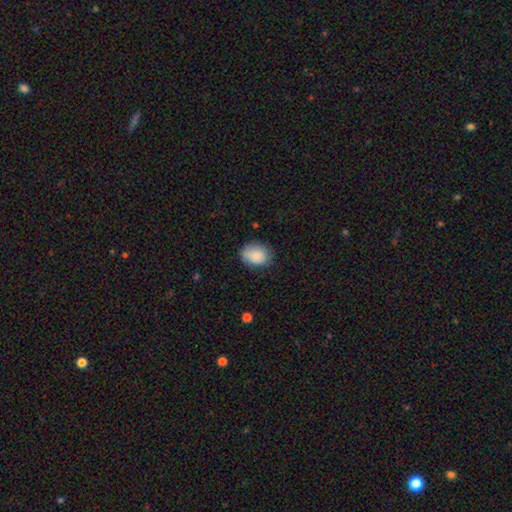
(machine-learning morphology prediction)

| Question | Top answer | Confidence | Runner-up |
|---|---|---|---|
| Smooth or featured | smooth | 84% | featured or disk (9%) |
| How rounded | in between | 57% | round (42%) |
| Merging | none | 75% | minor disturbance (20%) |